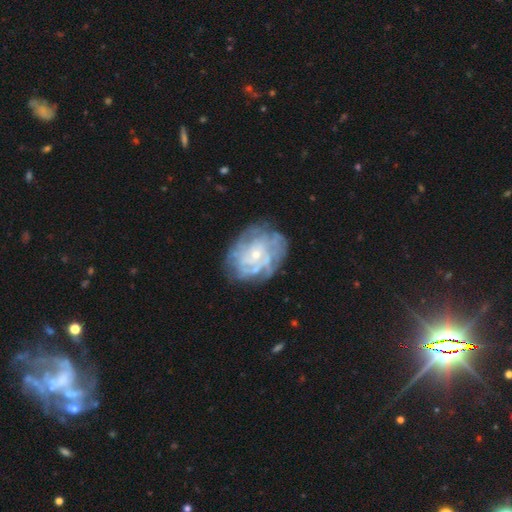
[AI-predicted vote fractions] Morphology: type=featured or disk (77%); edge-on=no (97%); bar=no (78%); spiral arms=yes (78%); winding=tight (67%); arm count=can't tell (55%); bulge=small (71%); merging=none (70%).